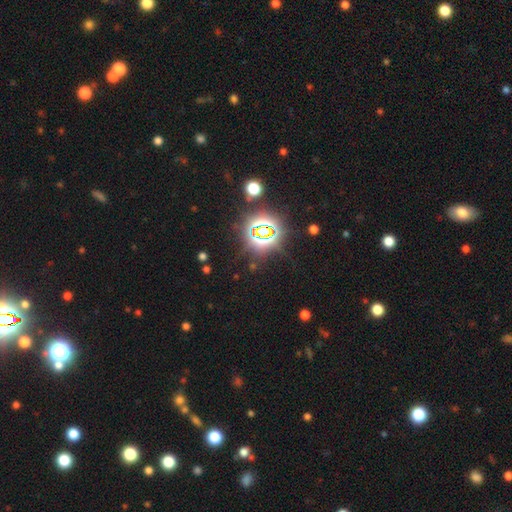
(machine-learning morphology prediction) Smooth or featured? star or artifact (81%)